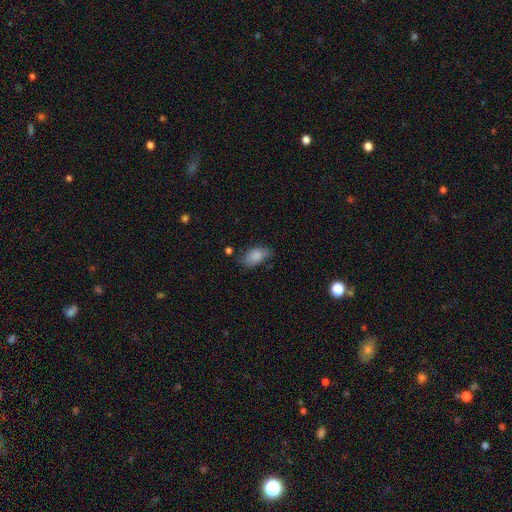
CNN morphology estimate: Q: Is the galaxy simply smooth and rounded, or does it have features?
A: smooth — 85%.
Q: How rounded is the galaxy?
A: in between — 92%.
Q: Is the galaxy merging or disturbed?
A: none — 64%.